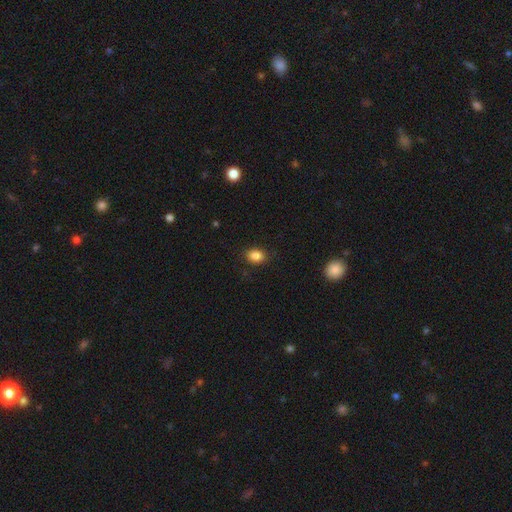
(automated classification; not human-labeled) Smooth or featured? smooth (86%)
How rounded? in between (65%)
Merging? none (86%)